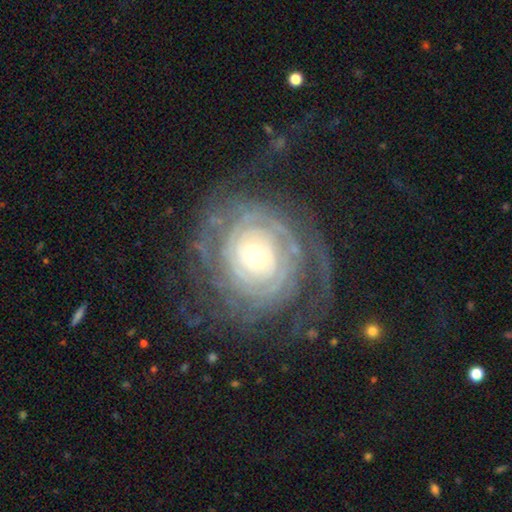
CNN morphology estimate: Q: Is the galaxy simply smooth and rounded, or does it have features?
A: featured or disk — 87%.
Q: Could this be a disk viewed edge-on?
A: no — 97%.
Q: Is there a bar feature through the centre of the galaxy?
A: no — 62%.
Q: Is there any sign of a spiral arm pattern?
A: yes — 95%.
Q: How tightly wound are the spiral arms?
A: tight — 82%.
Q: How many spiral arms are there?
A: can't tell — 38%.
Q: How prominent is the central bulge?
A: small — 52%.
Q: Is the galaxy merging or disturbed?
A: none — 71%.